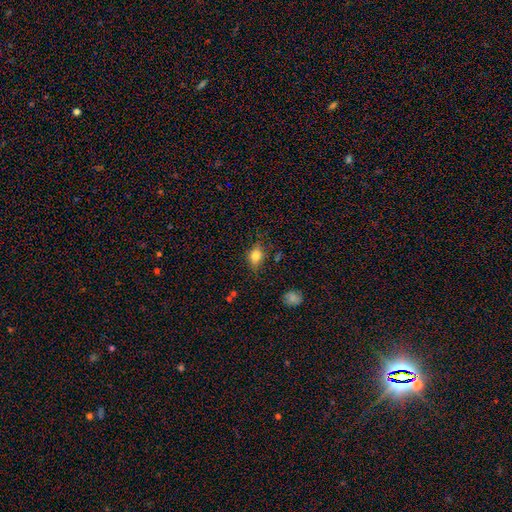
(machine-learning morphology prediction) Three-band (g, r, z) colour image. It shows a smooth galaxy with no disk features (77%) that is in between round and cigar-shaped (67%). Merging: none (75%).